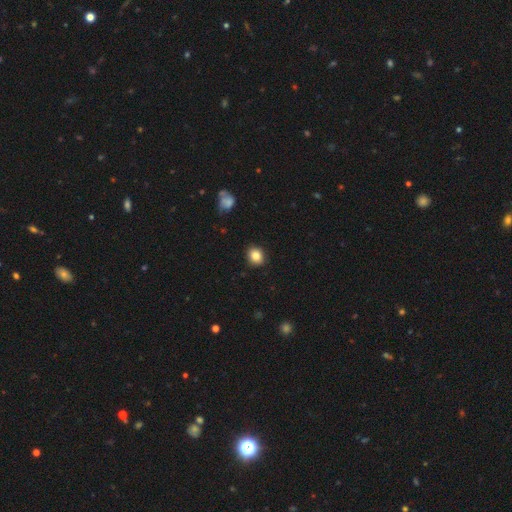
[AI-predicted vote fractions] smooth_or_featured: smooth (p=0.85) [alt: star or artifact p=0.10]
how_rounded: round (p=0.68) [alt: in between p=0.31]
merging: none (p=0.89) [alt: minor disturbance p=0.08]